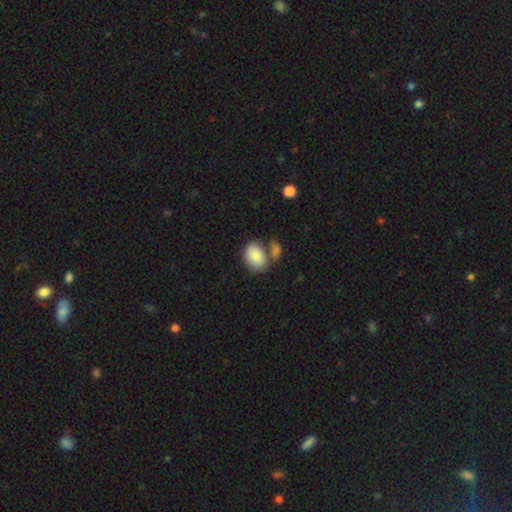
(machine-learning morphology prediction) Smooth or featured?
  - smooth: 83% *
  - featured or disk: 10%
  - star or artifact: 7%
How rounded?
  - in between: 74% *
  - round: 25%
  - cigar-shaped: 1%
Merging?
  - none: 48% *
  - merger: 31%
  - minor disturbance: 15%
  - major disturbance: 6%